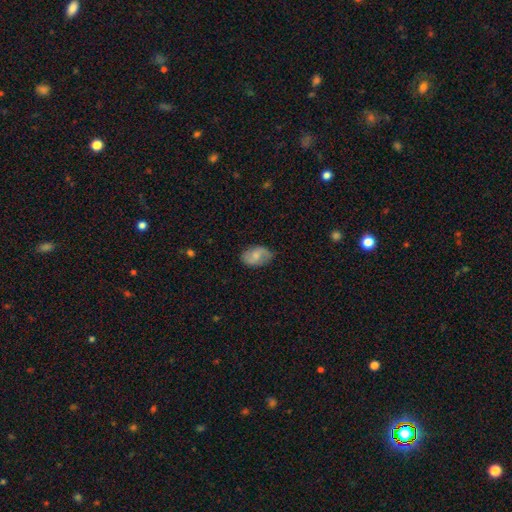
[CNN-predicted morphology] Smooth or featured?
  - smooth: 62% *
  - featured or disk: 31%
  - star or artifact: 7%
How rounded?
  - in between: 89% *
  - round: 10%
  - cigar-shaped: 1%
Merging?
  - none: 74% *
  - minor disturbance: 20%
  - major disturbance: 5%
  - merger: 1%